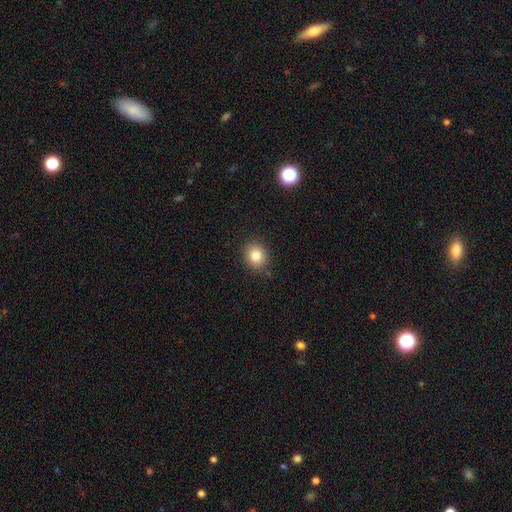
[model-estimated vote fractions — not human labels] A smooth galaxy with no disk features (84%) that is round (70%).

Vote fractions:
- Smooth or featured? smooth: 84% / star or artifact: 10% / featured or disk: 6%
- How rounded? round: 70% / in between: 29% / cigar-shaped: 1%
- Merging? none: 86% / minor disturbance: 10% / major disturbance: 3% / merger: 2%